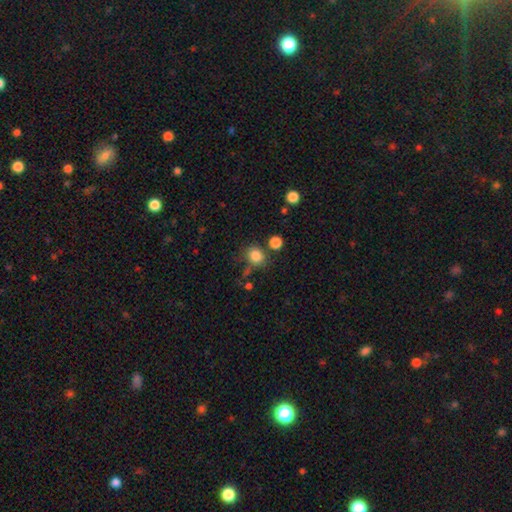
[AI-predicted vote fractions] This is clearly a smooth galaxy (82%). How rounded: likely round (76%). Merging: likely none (69%).